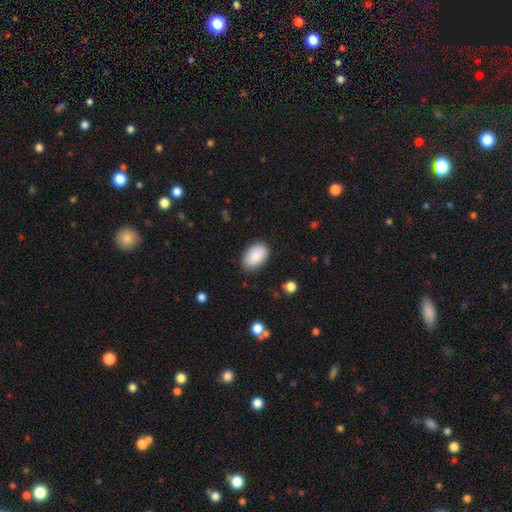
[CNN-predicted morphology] A smooth galaxy with no disk features (85%) that is in between round and cigar-shaped (91%).

Vote fractions:
- Smooth or featured? smooth: 85% / featured or disk: 9% / star or artifact: 6%
- How rounded? in between: 91% / round: 8% / cigar-shaped: 1%
- Merging? none: 84% / minor disturbance: 12% / major disturbance: 2% / merger: 1%